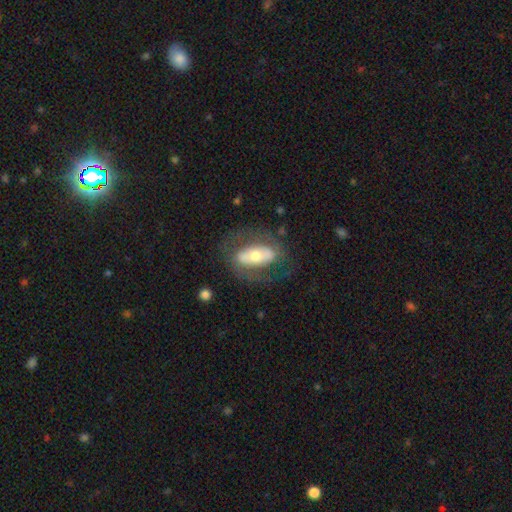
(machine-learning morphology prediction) Q: Smooth or featured?
A: featured or disk (56%); runner-up: smooth (38%)
Q: Edge-on disk?
A: no (85%); runner-up: yes (15%)
Q: Merging?
A: none (68%); runner-up: minor disturbance (16%)